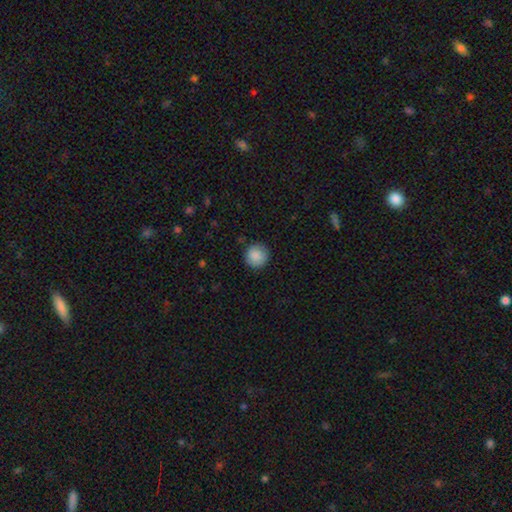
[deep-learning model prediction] smooth_or_featured: smooth (p=0.88) [alt: star or artifact p=0.08]
how_rounded: round (p=0.95) [alt: in between p=0.05]
merging: none (p=0.89) [alt: minor disturbance p=0.08]